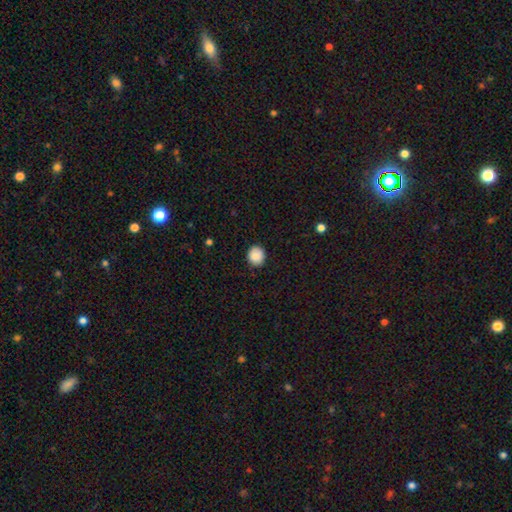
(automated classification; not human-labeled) Overall: smooth (87%). How rounded: round (81%). Merging: none (88%).